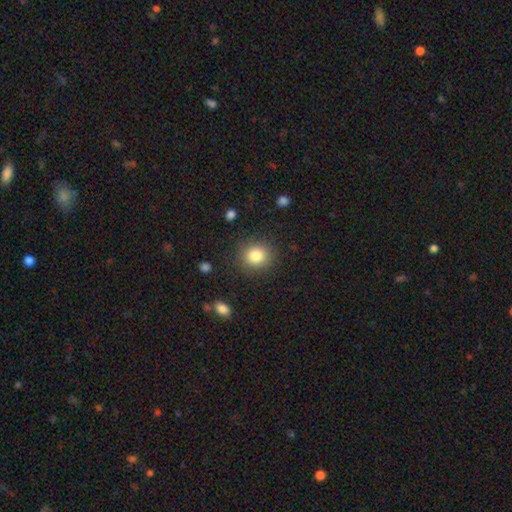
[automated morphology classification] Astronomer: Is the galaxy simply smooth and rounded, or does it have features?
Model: smooth — 83%.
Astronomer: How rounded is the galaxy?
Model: round — 85%.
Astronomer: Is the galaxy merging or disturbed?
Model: none — 87%.